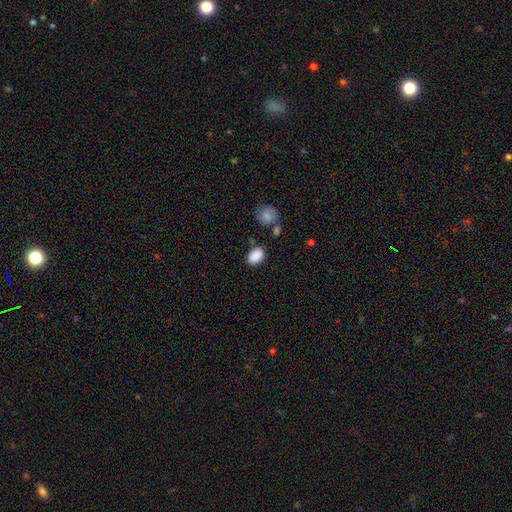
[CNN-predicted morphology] smooth_or_featured: smooth (p=0.88) [alt: star or artifact p=0.08]
how_rounded: in between (p=0.85) [alt: round p=0.14]
merging: none (p=0.76) [alt: minor disturbance p=0.15]